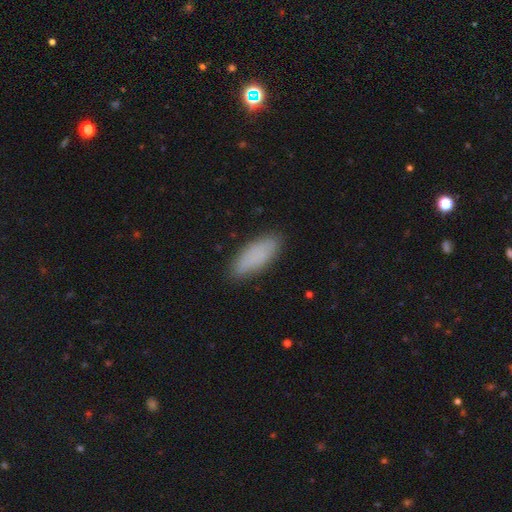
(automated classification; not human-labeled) Q: Smooth or featured?
A: smooth (85%); runner-up: featured or disk (8%)
Q: How rounded?
A: in between (71%); runner-up: cigar-shaped (27%)
Q: Merging?
A: none (87%); runner-up: minor disturbance (10%)